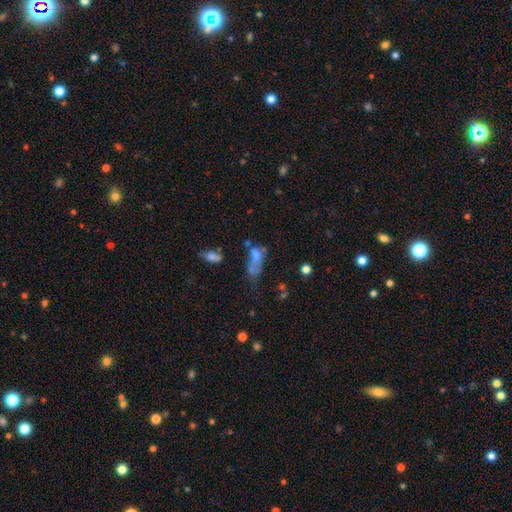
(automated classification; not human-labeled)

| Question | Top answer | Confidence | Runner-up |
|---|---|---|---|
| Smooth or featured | smooth | 50% | featured or disk (30%) |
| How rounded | in between | 71% | cigar-shaped (16%) |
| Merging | merger | 32% | major disturbance (29%) |